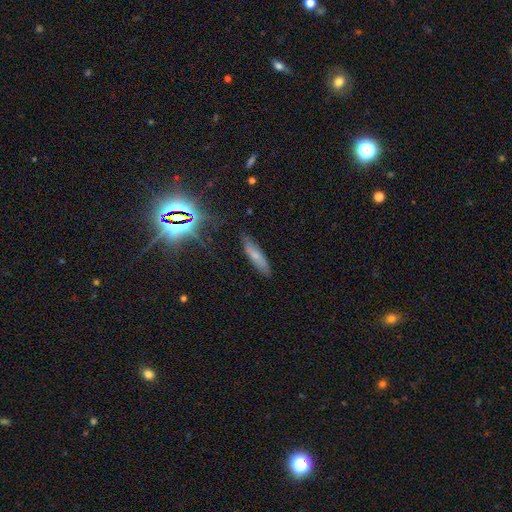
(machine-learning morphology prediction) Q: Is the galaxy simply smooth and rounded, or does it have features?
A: smooth — 61%.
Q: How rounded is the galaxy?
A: cigar-shaped — 72%.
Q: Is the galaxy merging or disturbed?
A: none — 80%.